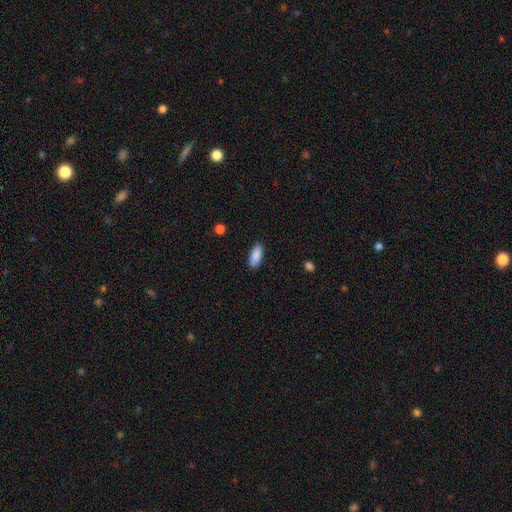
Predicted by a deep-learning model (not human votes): Q: Smooth or featured?
A: smooth (89%); runner-up: star or artifact (6%)
Q: How rounded?
A: in between (82%); runner-up: cigar-shaped (16%)
Q: Merging?
A: none (88%); runner-up: minor disturbance (9%)